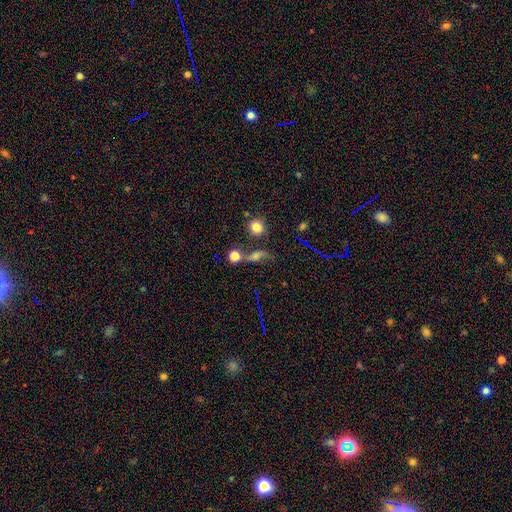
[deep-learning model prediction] A smooth galaxy with no disk features (52%) that is round (59%). Merging: none (53%).